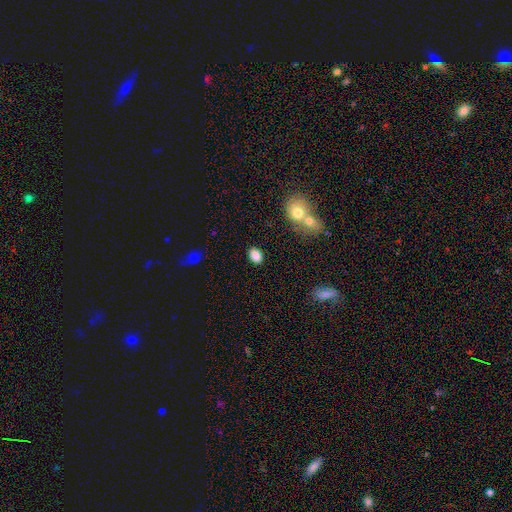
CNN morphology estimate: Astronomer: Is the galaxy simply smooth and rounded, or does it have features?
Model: smooth — 86%.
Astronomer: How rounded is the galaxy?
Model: in between — 79%.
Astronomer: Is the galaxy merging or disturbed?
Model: none — 82%.